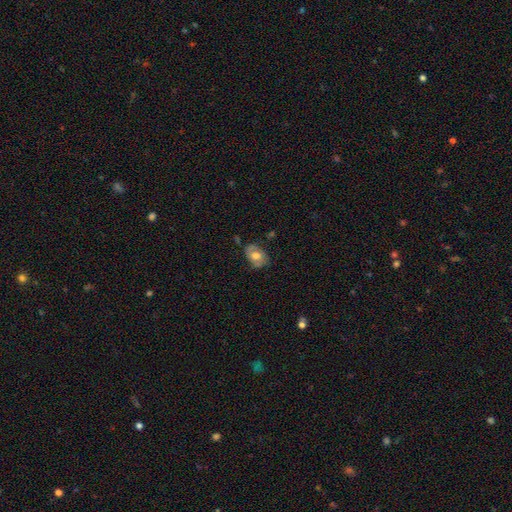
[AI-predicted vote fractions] This is possibly a smooth galaxy (55%). How rounded: likely in between (75%). Merging: likely none (65%).